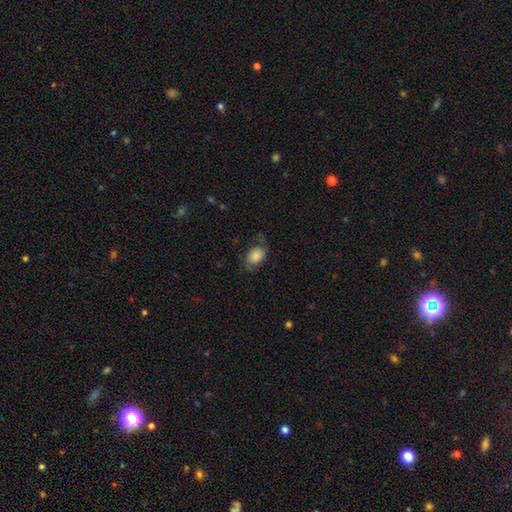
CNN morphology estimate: This appears to be a smooth galaxy with no disk features (79%) that is in between round and cigar-shaped (77%). Merging: none (62%).